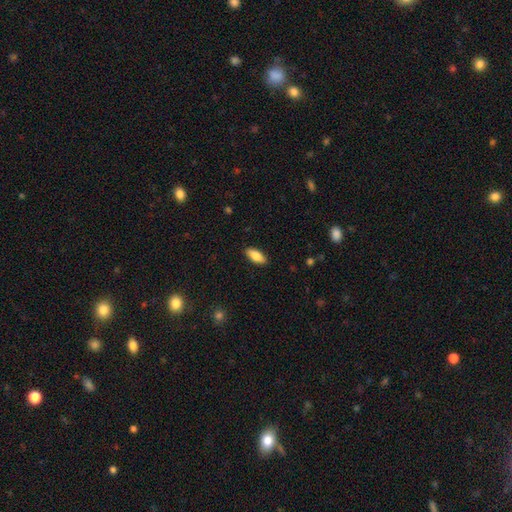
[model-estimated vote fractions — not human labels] This appears to be a smooth galaxy with no disk features (83%) that is in between round and cigar-shaped (83%). Merging: none (89%).